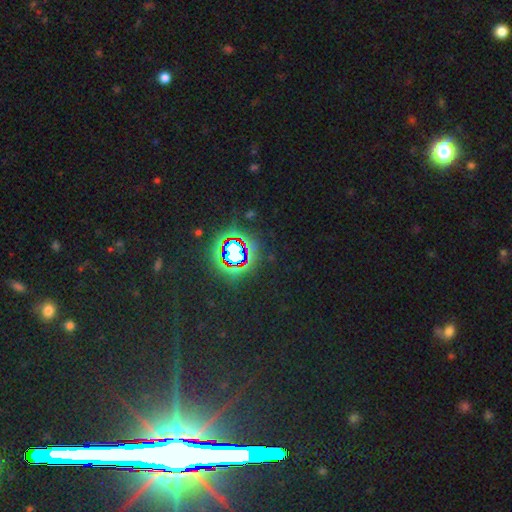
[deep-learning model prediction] A star or artifact, not a galaxy (82%).